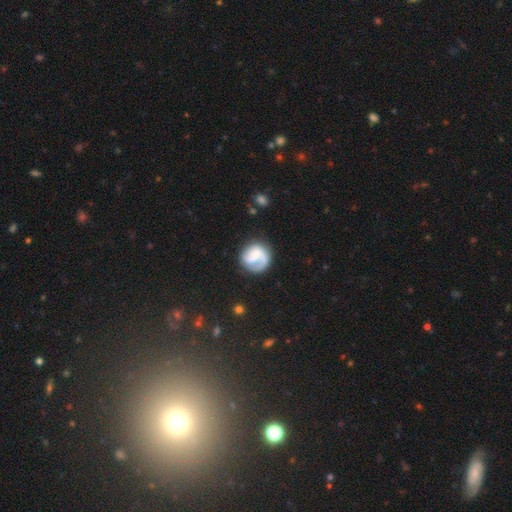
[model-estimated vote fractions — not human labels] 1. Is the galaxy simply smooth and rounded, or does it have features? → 58% featured or disk, 35% smooth, 7% star or artifact.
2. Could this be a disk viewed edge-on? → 98% no, 2% yes.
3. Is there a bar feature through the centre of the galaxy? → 50% no, 38% weak, 12% strong.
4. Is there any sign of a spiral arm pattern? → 84% yes, 16% no.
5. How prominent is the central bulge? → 36% none, 32% small, 21% moderate, 8% large, 3% dominant.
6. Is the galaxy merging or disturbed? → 63% none, 18% minor disturbance, 16% major disturbance, 3% merger.